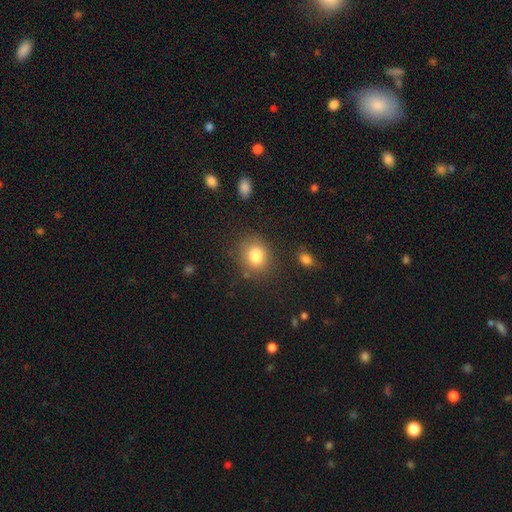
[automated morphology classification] Overall: smooth (82%). How rounded: round (58%; in between 41%). Merging: none (75%).